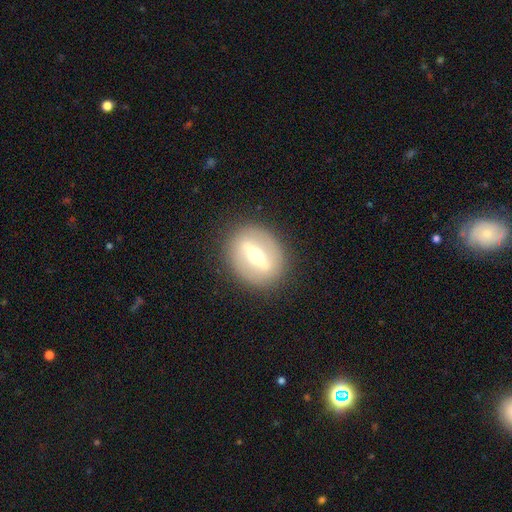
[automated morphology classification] The model was most divided on "edge-on disk": no: 58%, yes: 42%. More confident: merging — none (87%); smooth or featured — featured or disk (71%).